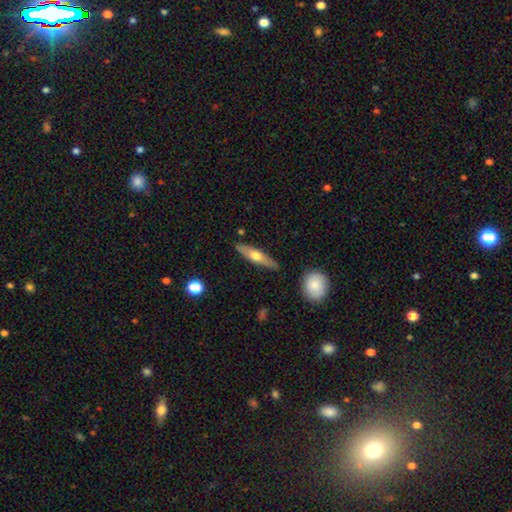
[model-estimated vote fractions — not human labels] Smooth or featured: featured or disk — 48% (smooth — 46%)
Merging: none — 86% (minor disturbance — 10%)